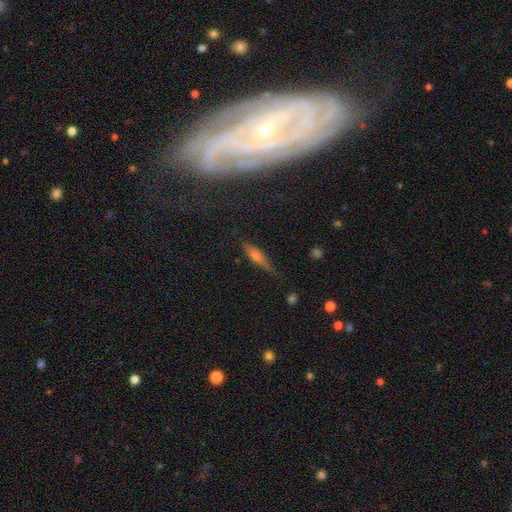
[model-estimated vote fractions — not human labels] A featured or disk galaxy (50%).

Vote fractions:
- Smooth or featured? featured or disk: 50% / smooth: 37% / star or artifact: 14%
- Merging? none: 81% / minor disturbance: 14% / major disturbance: 3% / merger: 2%